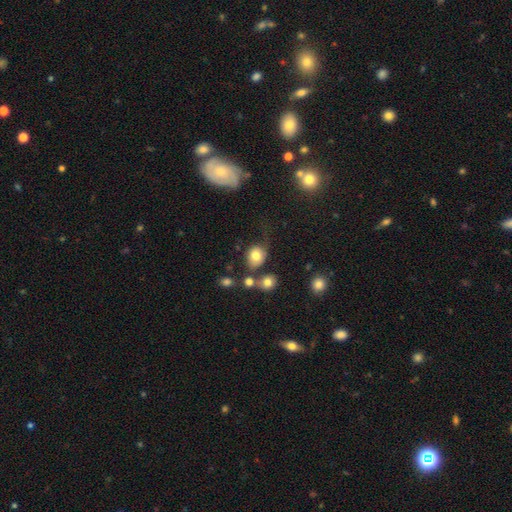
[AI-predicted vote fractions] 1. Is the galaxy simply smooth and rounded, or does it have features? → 79% smooth, 11% featured or disk, 10% star or artifact.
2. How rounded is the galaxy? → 60% round, 39% in between, 1% cigar-shaped.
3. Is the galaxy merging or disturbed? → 52% none, 21% minor disturbance, 14% merger, 13% major disturbance.